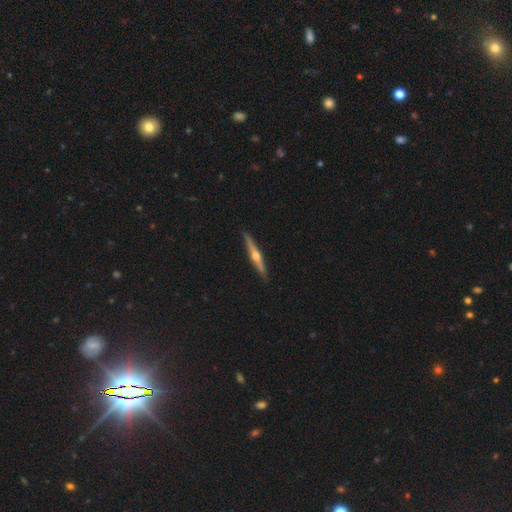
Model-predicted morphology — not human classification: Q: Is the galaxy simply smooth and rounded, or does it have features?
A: featured or disk — 74%.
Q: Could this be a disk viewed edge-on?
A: yes — 98%.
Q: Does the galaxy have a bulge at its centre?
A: rounded — 94%.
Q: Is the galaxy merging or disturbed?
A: none — 91%.